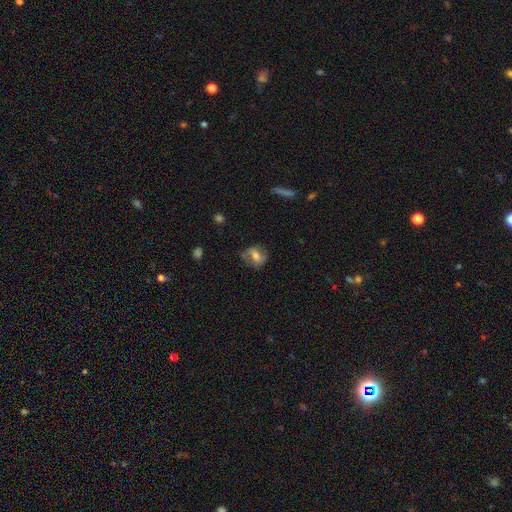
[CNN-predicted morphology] smooth-or-featured: smooth: 50% | featured or disk: 42% | star or artifact: 9%
  merging: none: 65% | minor disturbance: 23% | major disturbance: 10% | merger: 2%